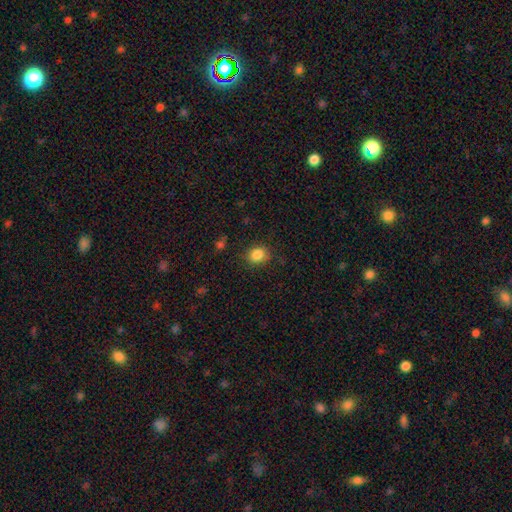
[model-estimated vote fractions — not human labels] Q: Smooth or featured?
A: smooth (85%); runner-up: star or artifact (10%)
Q: How rounded?
A: round (61%); runner-up: in between (38%)
Q: Merging?
A: none (82%); runner-up: minor disturbance (13%)